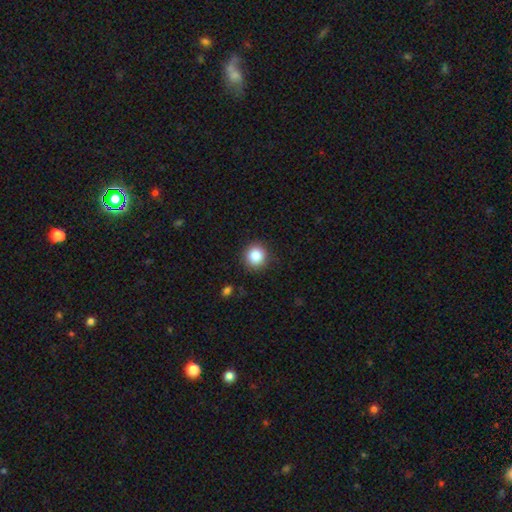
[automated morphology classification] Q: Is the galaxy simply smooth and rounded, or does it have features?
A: smooth — 87%.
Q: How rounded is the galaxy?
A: round — 92%.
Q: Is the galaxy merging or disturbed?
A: none — 89%.